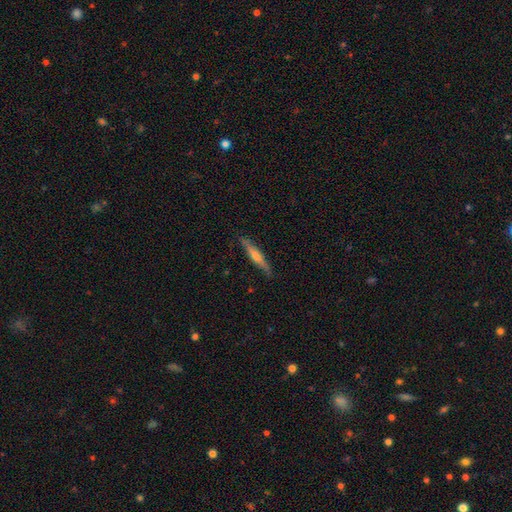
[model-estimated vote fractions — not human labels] A featured or disk galaxy (59%) viewed edge-on (96%) with a rounded central bulge (78%). Merging: none (87%).